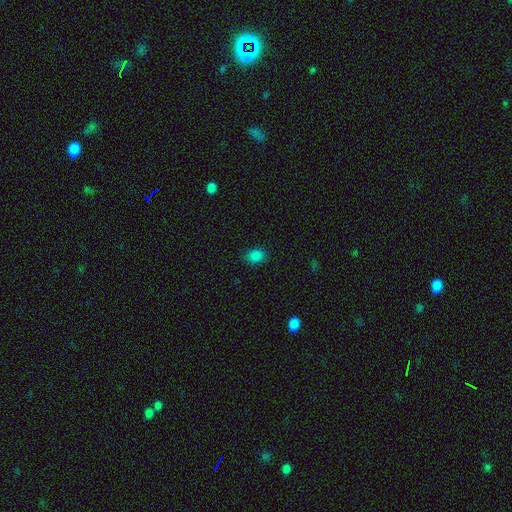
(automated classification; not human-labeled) Smooth or featured: smooth — 83% (star or artifact — 14%)
How rounded: in between — 60% (round — 39%)
Merging: none — 84% (minor disturbance — 12%)